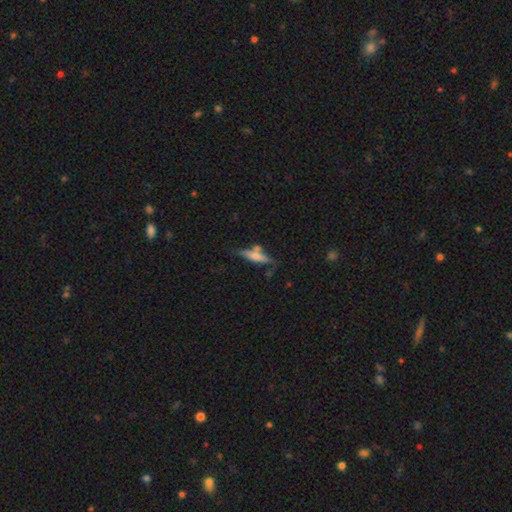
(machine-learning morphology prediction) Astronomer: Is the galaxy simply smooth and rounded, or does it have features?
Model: featured or disk — 47% (runner-up: smooth, 45%).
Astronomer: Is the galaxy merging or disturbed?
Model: none — 56%.